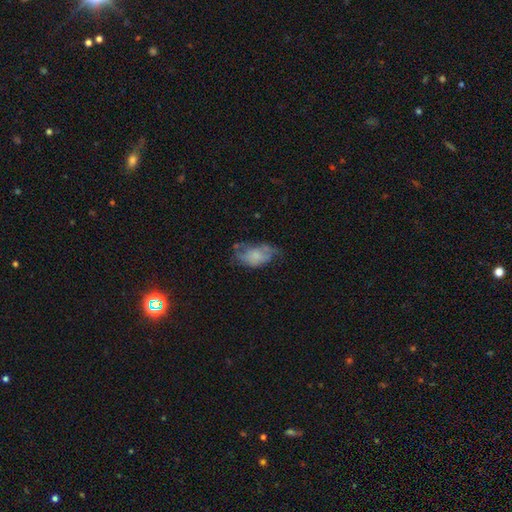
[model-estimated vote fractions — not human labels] Q: Smooth or featured?
A: smooth (47%); runner-up: featured or disk (44%)
Q: Merging?
A: none (37%); runner-up: minor disturbance (31%)